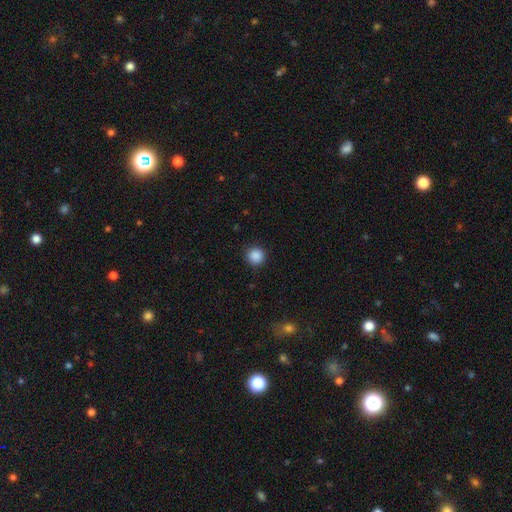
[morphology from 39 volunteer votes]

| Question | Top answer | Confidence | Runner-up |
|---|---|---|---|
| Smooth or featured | smooth | 90% | star or artifact (10%) |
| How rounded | round | 97% | in between (3%) |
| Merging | none | 89% | minor disturbance (11%) |